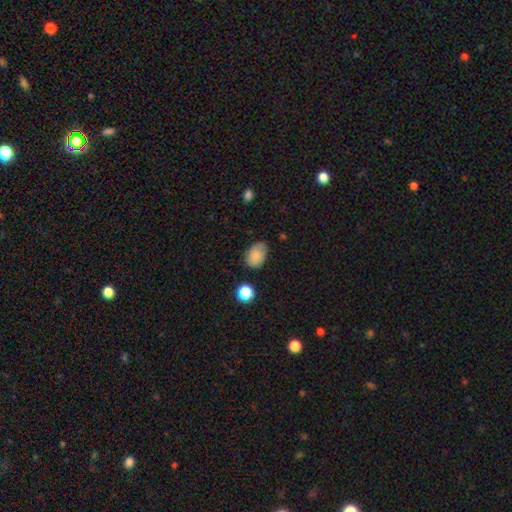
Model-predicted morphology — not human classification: Smooth or featured?
  - smooth: 84% *
  - star or artifact: 9%
  - featured or disk: 7%
How rounded?
  - in between: 77% *
  - round: 22%
  - cigar-shaped: 1%
Merging?
  - none: 70% *
  - minor disturbance: 23%
  - major disturbance: 5%
  - merger: 2%